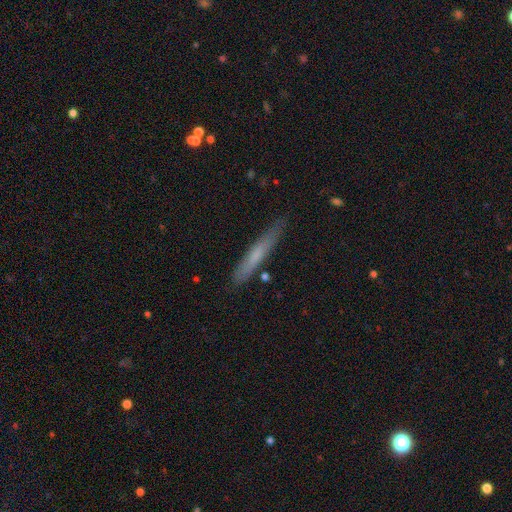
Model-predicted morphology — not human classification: Smooth or featured? Predicted: smooth (p=0.61). How rounded? Predicted: cigar-shaped (p=0.94). Merging? Predicted: none (p=0.83).